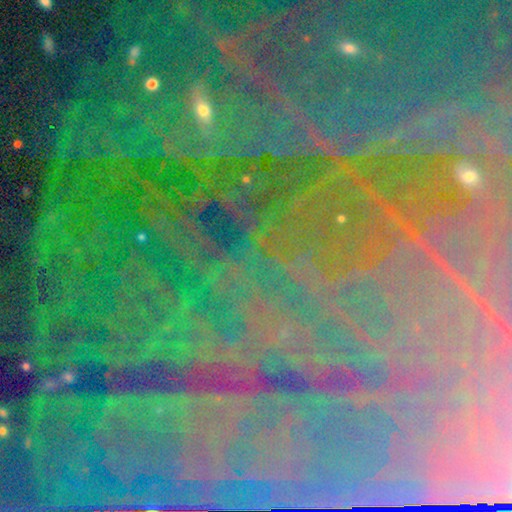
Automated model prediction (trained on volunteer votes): star or artifact 88%, featured or disk 6%, smooth 6%.